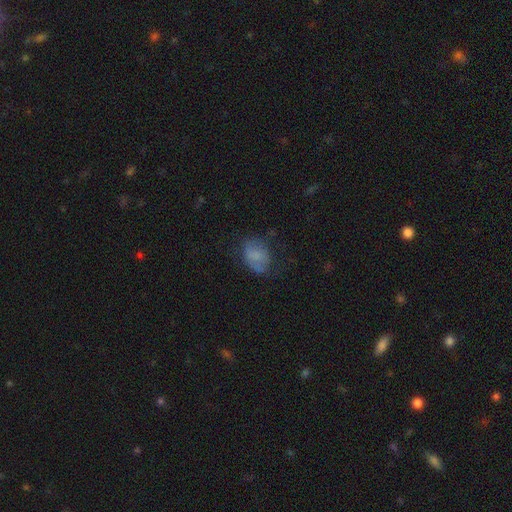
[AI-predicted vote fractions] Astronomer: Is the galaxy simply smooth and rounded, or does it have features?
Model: smooth — 67%.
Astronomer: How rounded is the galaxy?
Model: in between — 70%.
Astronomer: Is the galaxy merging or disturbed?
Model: none — 54%.